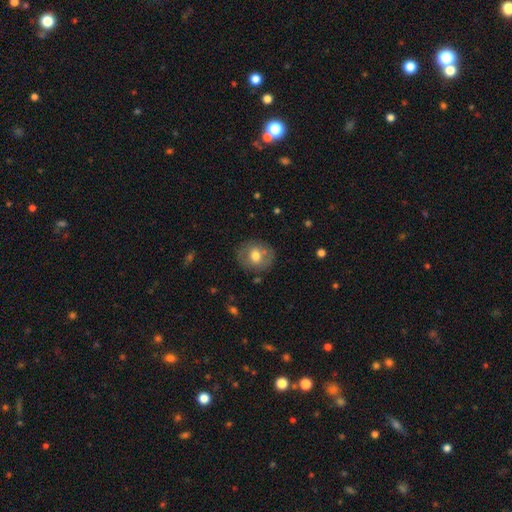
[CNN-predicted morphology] A smooth galaxy with no disk features (62%) that is round (75%). Merging: none (78%).